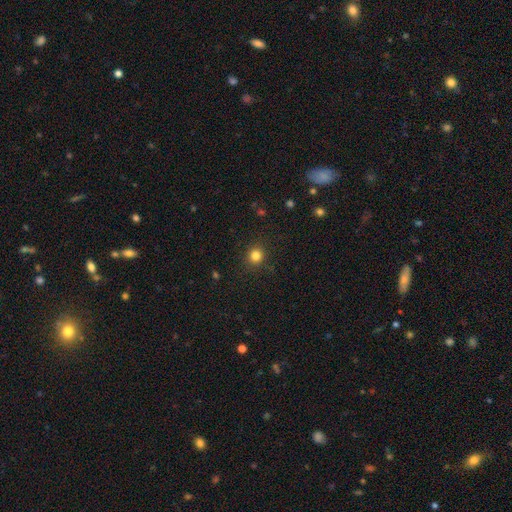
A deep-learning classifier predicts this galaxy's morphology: smooth 83%, star or artifact 13%, featured or disk 4%. Down the decision tree: how rounded — round (91%); merging — none (90%).